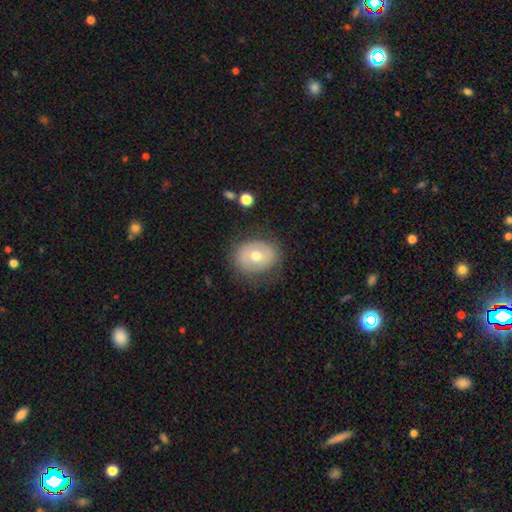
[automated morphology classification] A smooth galaxy with no disk features (52%) that is round (58%).

Vote fractions:
- Smooth or featured? smooth: 52% / featured or disk: 40% / star or artifact: 8%
- How rounded? round: 58% / in between: 41% / cigar-shaped: 1%
- Merging? none: 74% / minor disturbance: 18% / major disturbance: 7% / merger: 1%